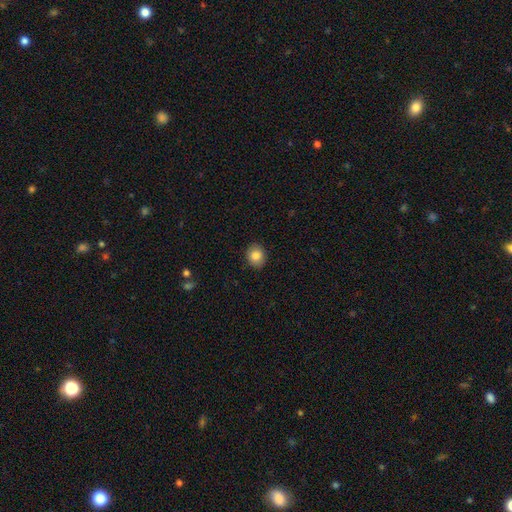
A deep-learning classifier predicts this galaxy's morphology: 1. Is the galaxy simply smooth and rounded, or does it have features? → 85% smooth, 9% star or artifact, 6% featured or disk.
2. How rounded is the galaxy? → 67% round, 32% in between, 1% cigar-shaped.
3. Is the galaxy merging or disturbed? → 90% none, 8% minor disturbance, 2% major disturbance, 1% merger.